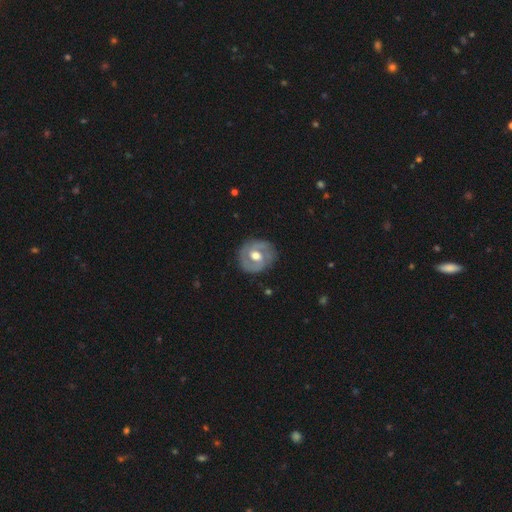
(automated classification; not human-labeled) smooth_or_featured: featured or disk (p=0.69) [alt: smooth p=0.26]
disk_edge_on: no (p=0.97) [alt: yes p=0.03]
bar: no (p=0.52) [alt: weak p=0.37]
has_spiral_arms: yes (p=0.66) [alt: no p=0.34]
bulge_size: moderate (p=0.72) [alt: large p=0.20]
merging: none (p=0.77) [alt: minor disturbance p=0.16]